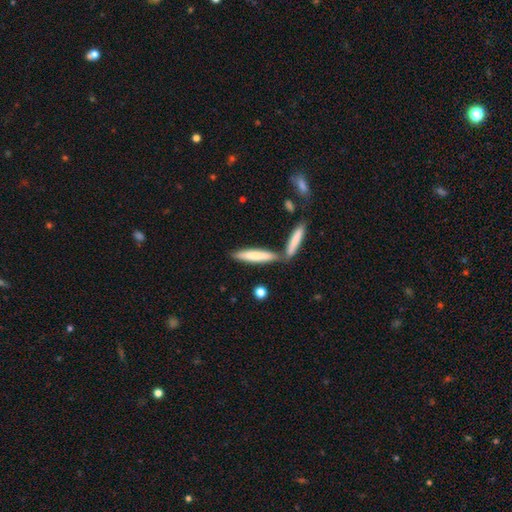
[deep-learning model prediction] Smooth or featured: smooth — 73% (featured or disk — 22%)
How rounded: cigar-shaped — 87% (in between — 12%)
Merging: none — 65% (merger — 21%)